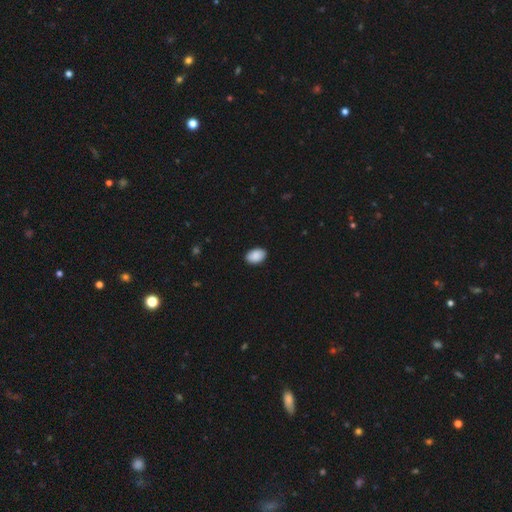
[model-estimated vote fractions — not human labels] smooth-or-featured: smooth: 90% | star or artifact: 6% | featured or disk: 4%
  how-rounded: in between: 88% | round: 11% | cigar-shaped: 1%
  merging: none: 89% | minor disturbance: 9% | major disturbance: 2% | merger: 1%